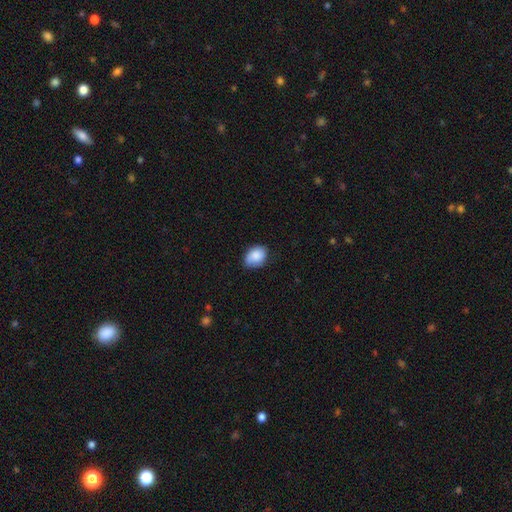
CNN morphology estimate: This is clearly a smooth galaxy (85%). How rounded: likely in between (72%). Merging: likely none (71%).